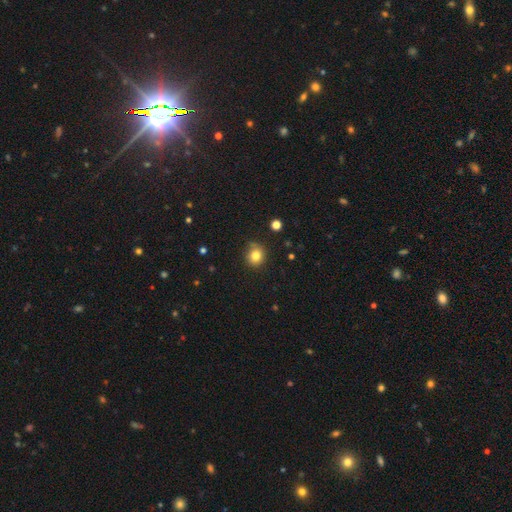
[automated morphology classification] smooth-or-featured: smooth: 81% | star or artifact: 12% | featured or disk: 7%
  how-rounded: round: 84% | in between: 15% | cigar-shaped: 1%
  merging: none: 75% | minor disturbance: 19% | major disturbance: 4% | merger: 2%